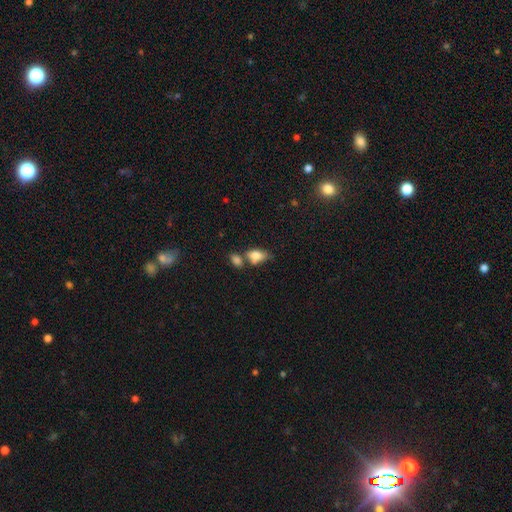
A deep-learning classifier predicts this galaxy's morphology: Smooth or featured: smooth — 79% (featured or disk — 13%)
How rounded: in between — 86% (round — 9%)
Merging: merger — 39% (none — 37%)